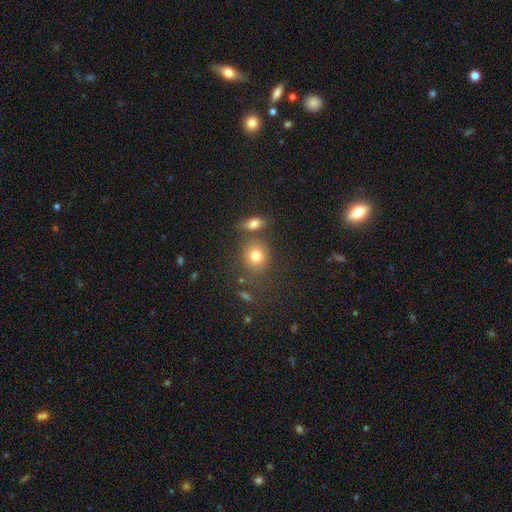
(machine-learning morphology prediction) type=smooth (78%); roundness=round (74%); merging=none (66%).